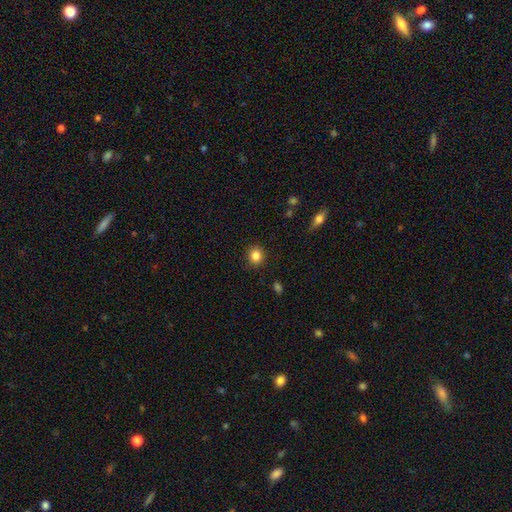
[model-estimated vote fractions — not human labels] smooth_or_featured: smooth (p=0.84) [alt: star or artifact p=0.11]
how_rounded: round (p=0.84) [alt: in between p=0.15]
merging: none (p=0.88) [alt: minor disturbance p=0.08]